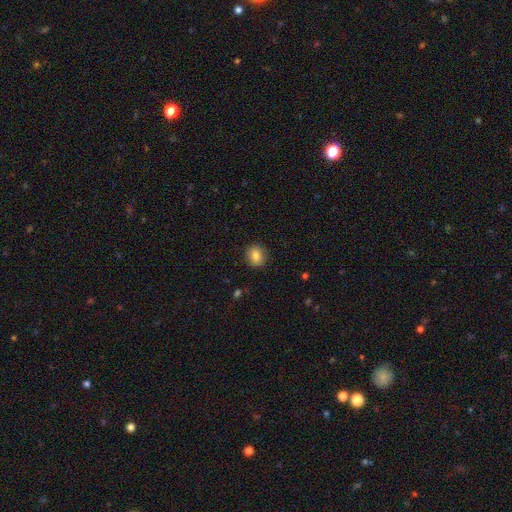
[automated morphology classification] This is clearly a smooth galaxy (84%). How rounded: likely round (77%). Merging: clearly none (89%).